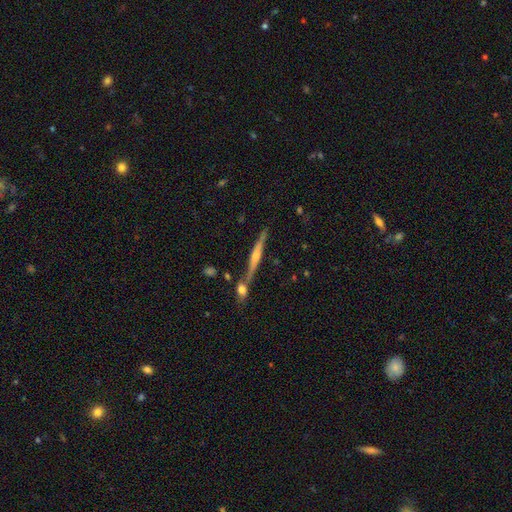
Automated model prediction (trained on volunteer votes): smooth-or-featured: featured or disk: 73% | smooth: 20% | star or artifact: 7%
  disk-edge-on: yes: 97% | no: 3%
    edge-on-bulge: rounded: 80% | boxy: 10% | none: 10%
  merging: none: 69% | merger: 16% | minor disturbance: 12% | major disturbance: 3%